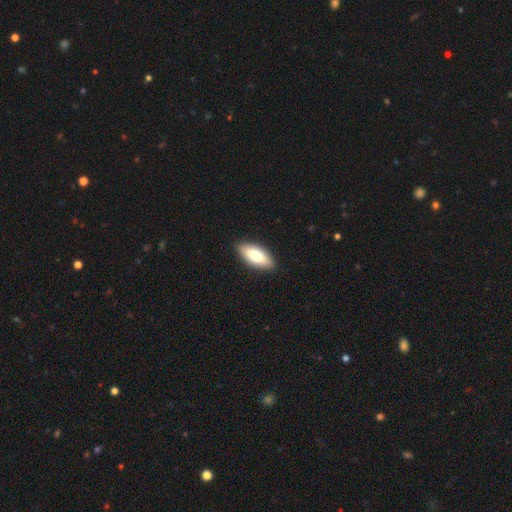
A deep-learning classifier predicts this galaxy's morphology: This is likely a smooth galaxy (78%). How rounded: clearly in between (81%). Merging: clearly none (89%).